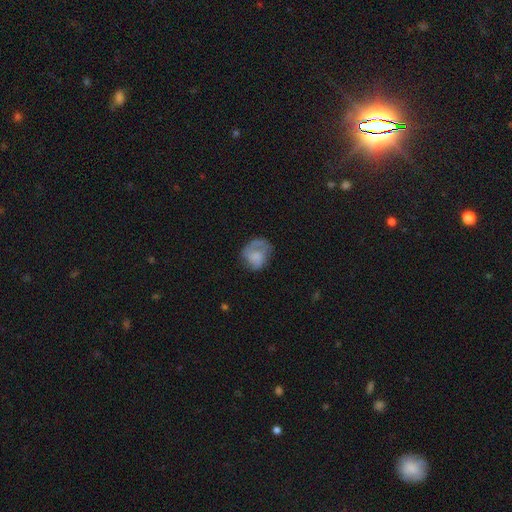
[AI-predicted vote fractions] Overall: smooth (47%; featured or disk 45%). Merging: none (47%; minor disturbance 26%).